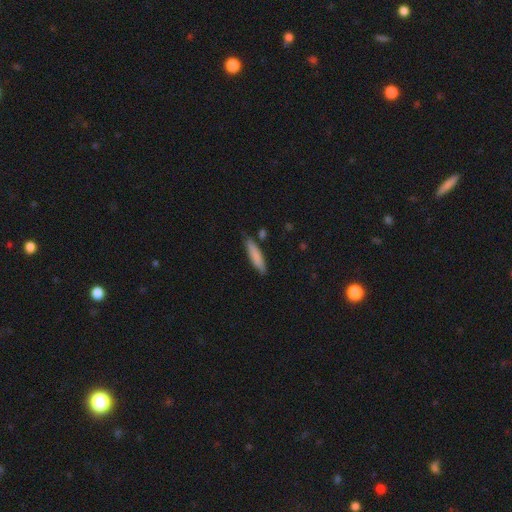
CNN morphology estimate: Smooth or featured?
  - smooth: 81% *
  - featured or disk: 14%
  - star or artifact: 6%
How rounded?
  - cigar-shaped: 81% *
  - in between: 18%
  - round: 1%
Merging?
  - none: 79% *
  - minor disturbance: 16%
  - merger: 3%
  - major disturbance: 3%